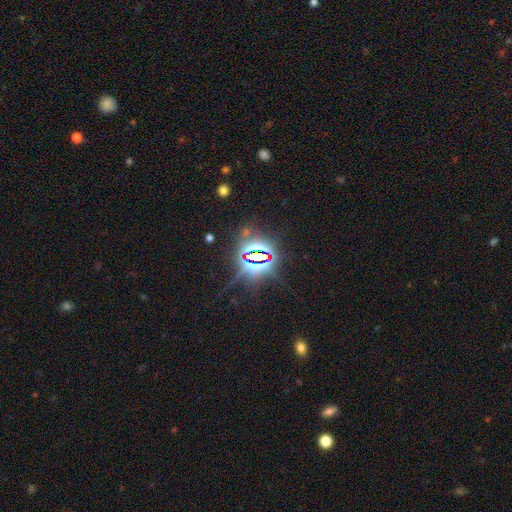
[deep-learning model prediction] The model was most divided on "smooth or featured": star or artifact: 81%, smooth: 11%, featured or disk: 9%.